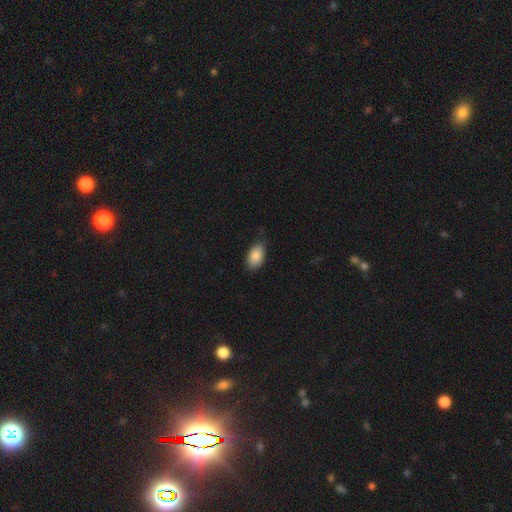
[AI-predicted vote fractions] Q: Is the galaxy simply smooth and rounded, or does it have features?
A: smooth — 88%.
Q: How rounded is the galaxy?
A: in between — 92%.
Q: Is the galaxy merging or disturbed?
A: none — 75%.